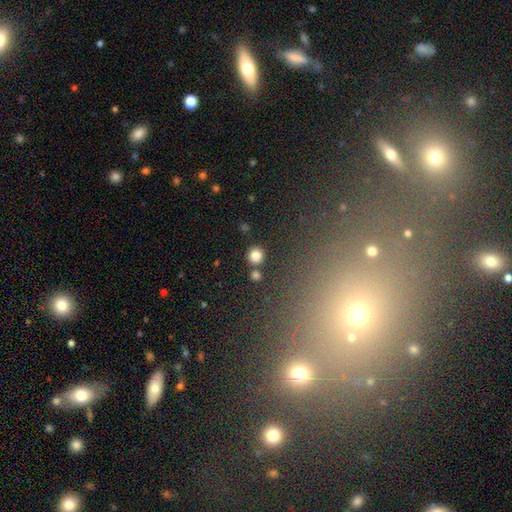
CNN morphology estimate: This is clearly a smooth galaxy (82%). How rounded: clearly round (93%). Merging: clearly none (86%).